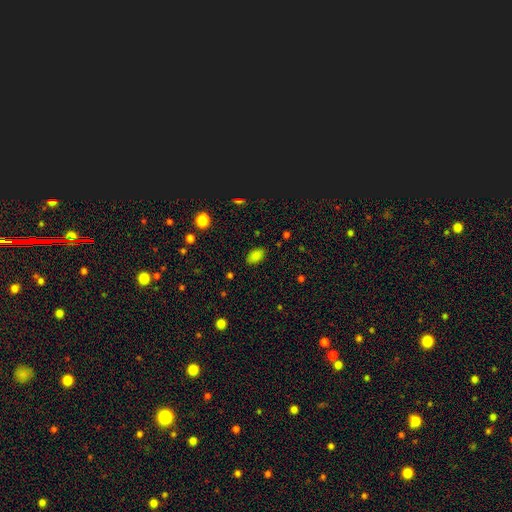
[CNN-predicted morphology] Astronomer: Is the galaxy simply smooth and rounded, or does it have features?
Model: smooth — 83%.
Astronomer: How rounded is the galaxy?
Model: in between — 89%.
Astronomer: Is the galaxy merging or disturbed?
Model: none — 86%.